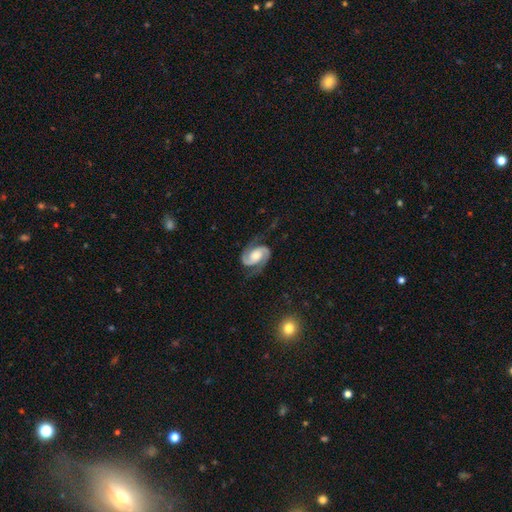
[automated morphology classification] Smooth or featured? featured or disk (90%)
Edge-on disk? no (98%)
Bar? no (53%)
Spiral arms? yes (98%)
Spiral winding? medium (51%)
Spiral arm count? 2 (94%)
Bulge size? moderate (44%)
Merging? none (74%)